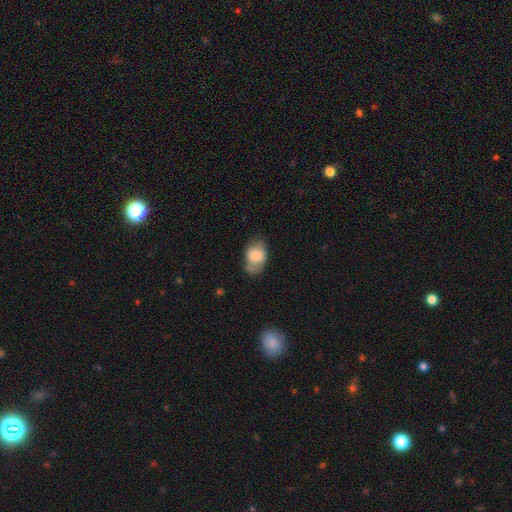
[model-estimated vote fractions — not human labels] Overall: smooth (74%). How rounded: in between (82%). Merging: none (50%; minor disturbance 33%).